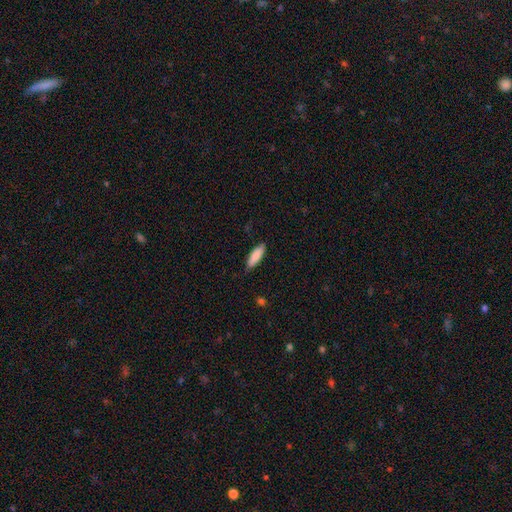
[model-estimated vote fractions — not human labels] Morphology: type=smooth (86%); roundness=in between (50%); merging=none (81%).